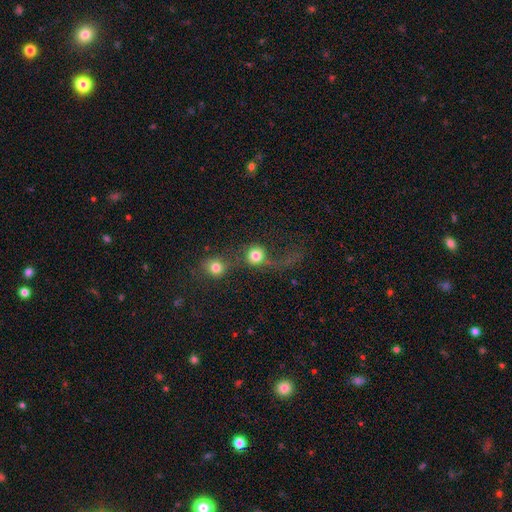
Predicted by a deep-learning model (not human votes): Smooth or featured? Predicted: smooth (p=0.73). How rounded? Predicted: round (p=0.87). Merging? Predicted: merger (p=0.42).